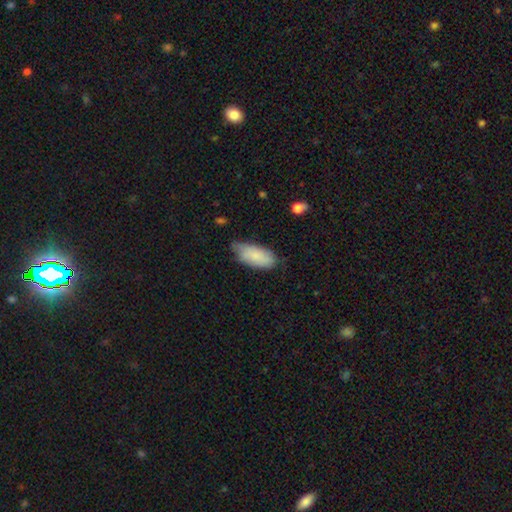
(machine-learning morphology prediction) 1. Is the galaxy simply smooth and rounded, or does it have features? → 82% smooth, 12% featured or disk, 6% star or artifact.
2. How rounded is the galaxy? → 89% in between, 9% cigar-shaped, 2% round.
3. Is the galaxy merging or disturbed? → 58% none, 35% minor disturbance, 5% major disturbance, 2% merger.